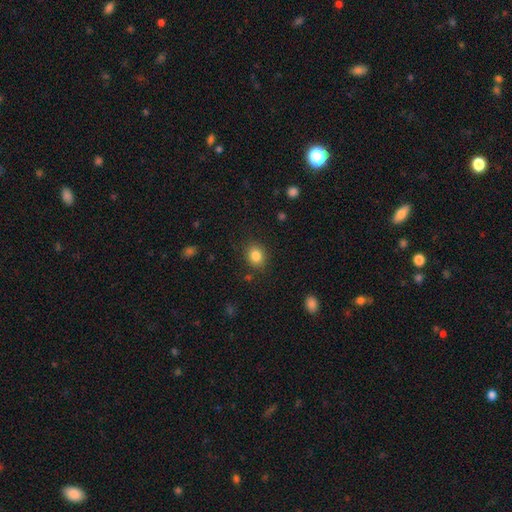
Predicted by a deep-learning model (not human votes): Overall: smooth (84%). How rounded: round (59%; in between 40%). Merging: none (86%).